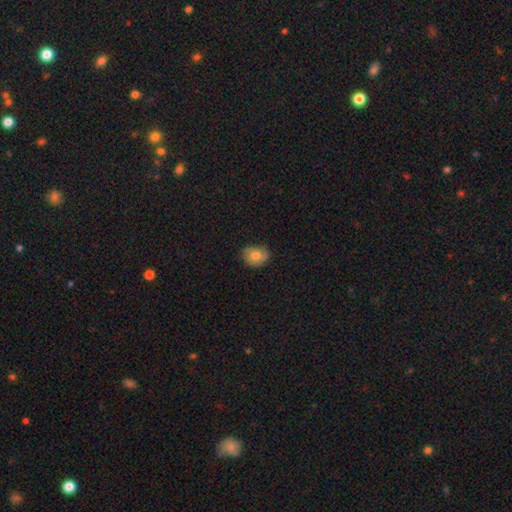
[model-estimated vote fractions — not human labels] smooth_or_featured: smooth (p=0.71) [alt: featured or disk p=0.21]
how_rounded: round (p=0.54) [alt: in between p=0.45]
merging: none (p=0.77) [alt: minor disturbance p=0.18]